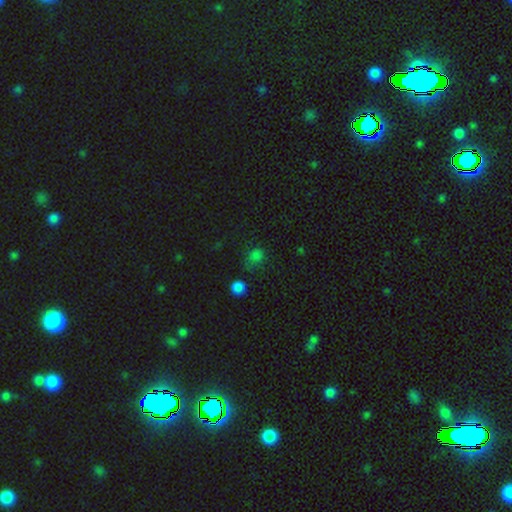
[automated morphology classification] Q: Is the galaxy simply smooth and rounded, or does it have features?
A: smooth — 65%.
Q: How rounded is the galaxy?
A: round — 65%.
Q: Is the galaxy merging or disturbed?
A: none — 60%.